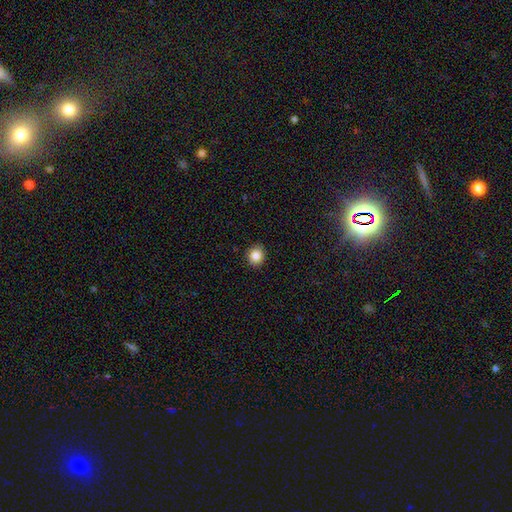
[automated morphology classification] Overall: smooth (86%). How rounded: round (81%). Merging: none (90%).